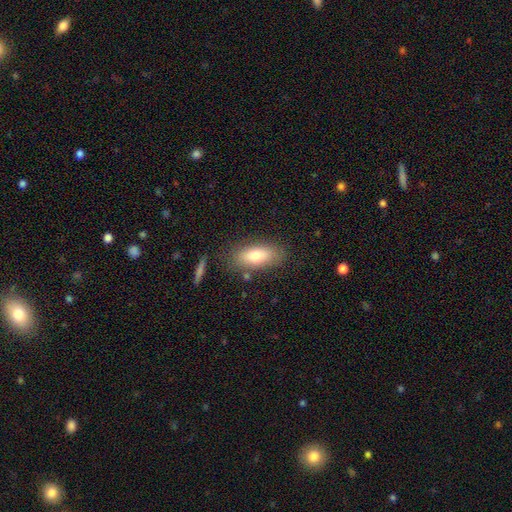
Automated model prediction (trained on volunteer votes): This is likely a smooth galaxy (74%). How rounded: clearly in between (81%). Merging: likely none (78%).